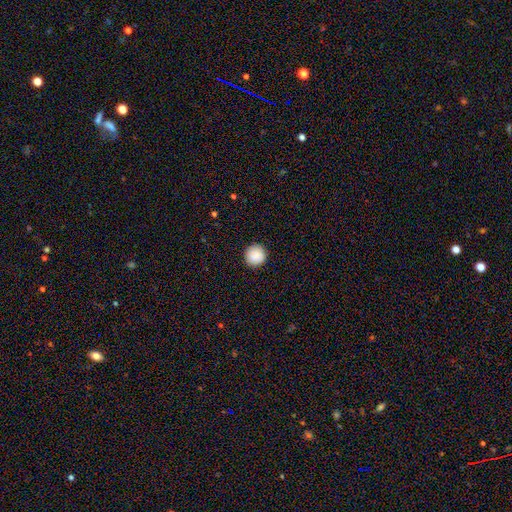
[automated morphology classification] Smooth or featured?
  - smooth: 90% *
  - star or artifact: 8%
  - featured or disk: 3%
How rounded?
  - round: 96% *
  - in between: 3%
  - cigar-shaped: 1%
Merging?
  - none: 93% *
  - minor disturbance: 5%
  - major disturbance: 2%
  - merger: 1%